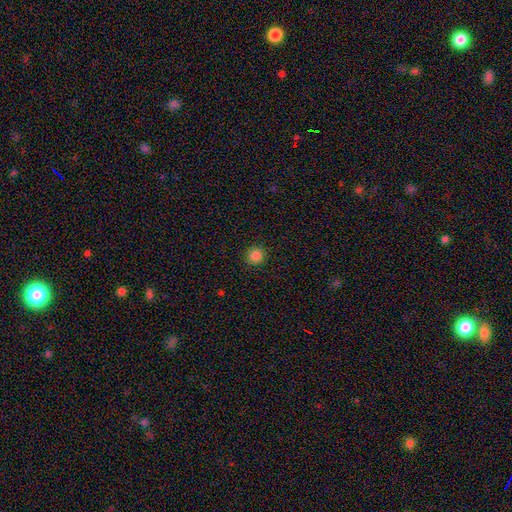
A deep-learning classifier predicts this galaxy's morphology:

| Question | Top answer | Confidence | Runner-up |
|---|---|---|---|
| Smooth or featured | smooth | 85% | star or artifact (12%) |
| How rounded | round | 93% | in between (6%) |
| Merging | none | 92% | minor disturbance (5%) |